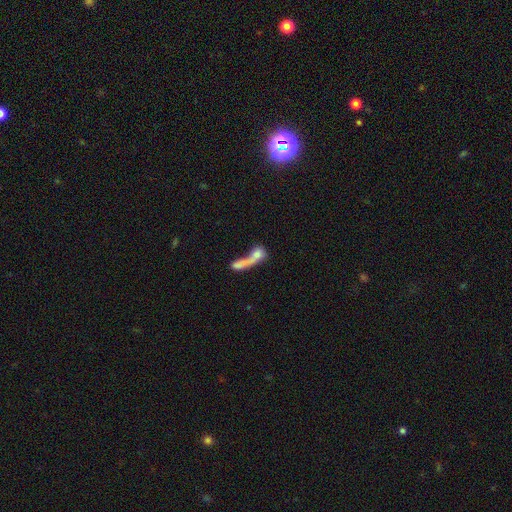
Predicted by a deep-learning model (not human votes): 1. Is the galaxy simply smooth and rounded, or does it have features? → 63% smooth, 27% featured or disk, 10% star or artifact.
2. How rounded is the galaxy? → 39% cigar-shaped, 34% in between, 27% round.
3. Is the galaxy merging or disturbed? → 52% merger, 20% none, 19% major disturbance, 8% minor disturbance.